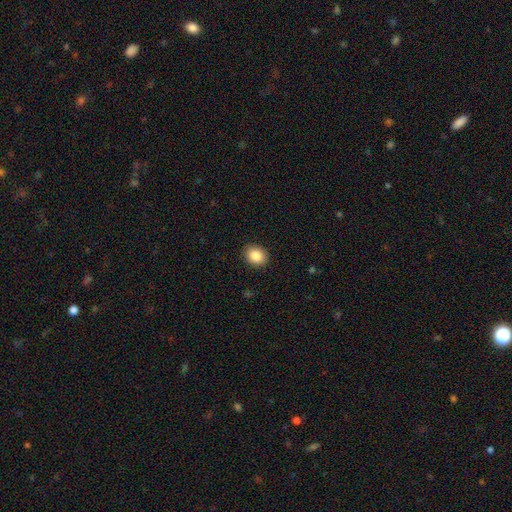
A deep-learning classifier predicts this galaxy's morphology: Smooth or featured?
  - smooth: 87% *
  - star or artifact: 9%
  - featured or disk: 4%
How rounded?
  - round: 57% *
  - in between: 42%
  - cigar-shaped: 1%
Merging?
  - none: 90% *
  - minor disturbance: 7%
  - major disturbance: 2%
  - merger: 1%